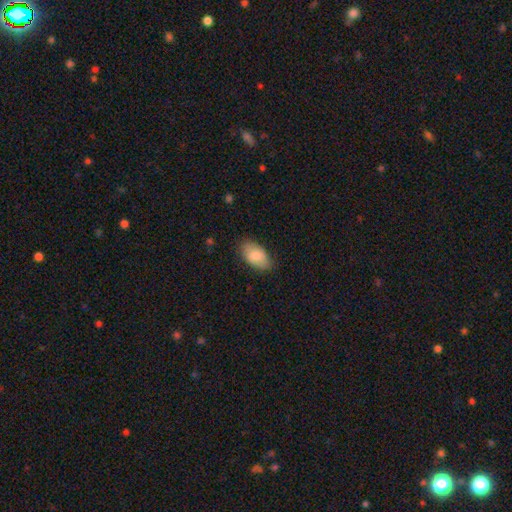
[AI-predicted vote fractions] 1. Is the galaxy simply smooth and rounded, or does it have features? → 84% smooth, 10% featured or disk, 6% star or artifact.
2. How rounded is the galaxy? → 94% in between, 4% round, 2% cigar-shaped.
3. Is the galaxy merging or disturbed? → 80% none, 16% minor disturbance, 3% major disturbance, 1% merger.